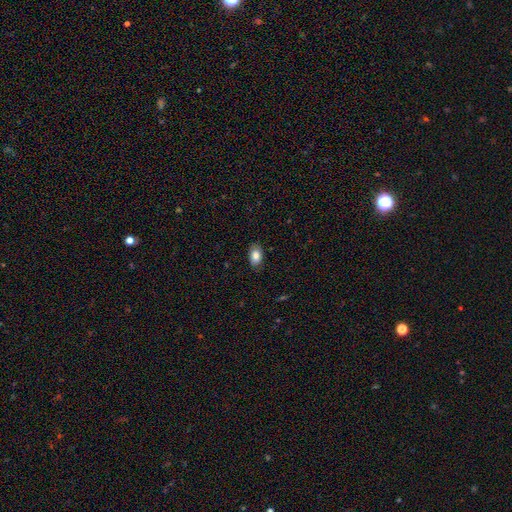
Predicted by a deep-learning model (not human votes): A smooth galaxy with no disk features (85%) that is in between round and cigar-shaped (90%). Merging: none (85%).